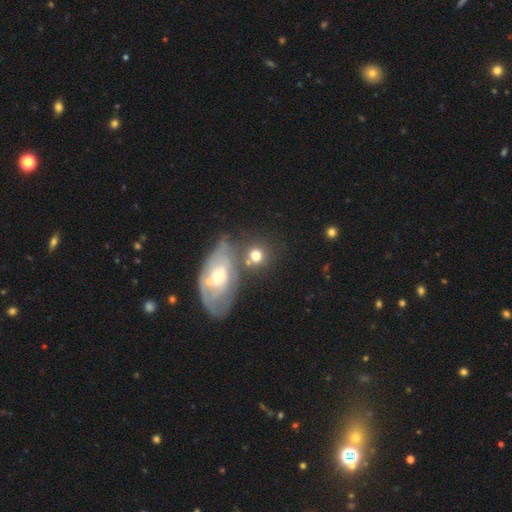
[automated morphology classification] The model was most divided on "merging": none: 56%, merger: 24%, minor disturbance: 13%, major disturbance: 7%. More confident: how rounded — round (80%); smooth or featured — smooth (66%).